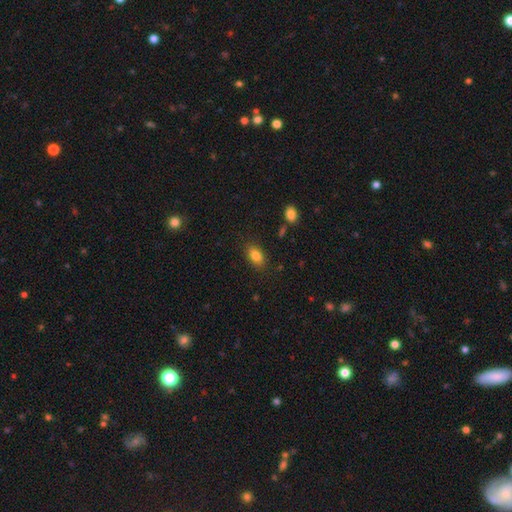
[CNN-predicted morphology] This is clearly a smooth galaxy (82%). How rounded: clearly in between (84%). Merging: clearly none (85%).